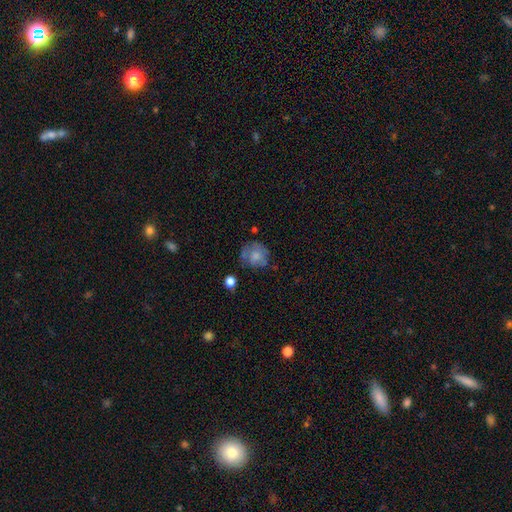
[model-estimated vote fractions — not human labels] Q: Smooth or featured?
A: smooth (62%); runner-up: featured or disk (29%)
Q: How rounded?
A: round (79%); runner-up: in between (21%)
Q: Merging?
A: none (53%); runner-up: minor disturbance (27%)